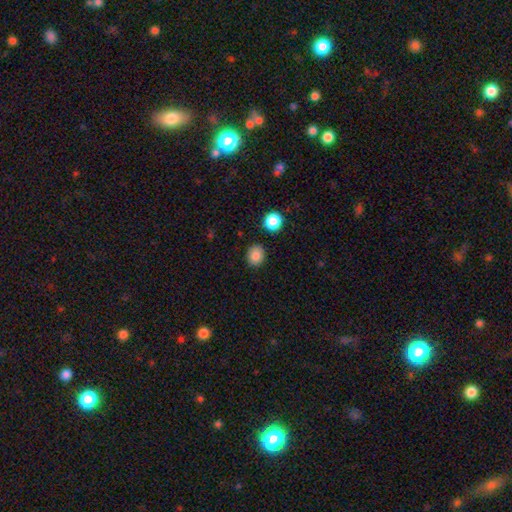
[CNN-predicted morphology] smooth 85%, star or artifact 11%, featured or disk 4%. Down the decision tree: how rounded — round (76%); merging — none (87%).